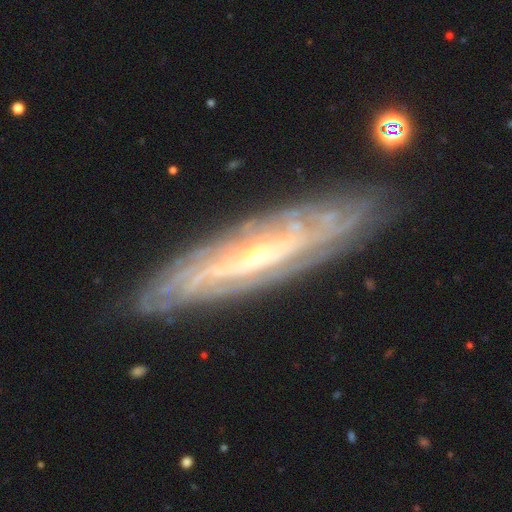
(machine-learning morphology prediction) Overall: featured or disk (86%). Edge-on disk: no (71%). Bar: no (53%; weak 30%). Spiral arms: yes (94%). Spiral arm count: can't tell (47%; 4 13%). Spiral winding: tight (73%). Bulge size: small (79%). Merging: none (83%).